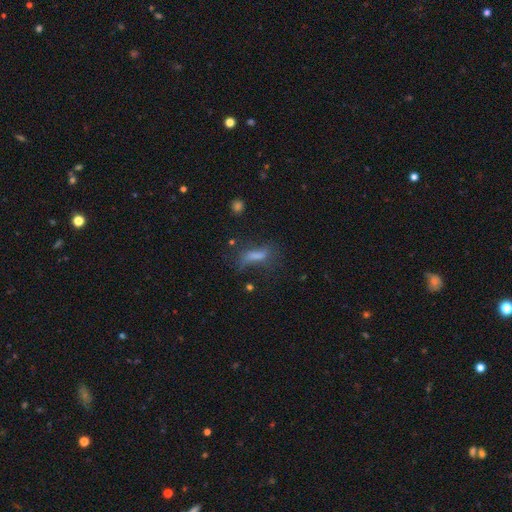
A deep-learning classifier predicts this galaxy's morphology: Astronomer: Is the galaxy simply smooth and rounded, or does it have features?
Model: smooth — 52% (runner-up: featured or disk, 29%).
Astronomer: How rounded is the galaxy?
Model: cigar-shaped — 60% (runner-up: in between, 36%).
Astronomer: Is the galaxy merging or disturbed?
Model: none — 53%.